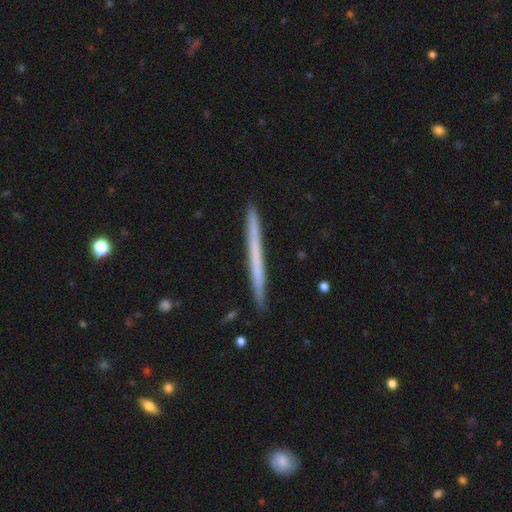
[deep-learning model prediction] A smooth galaxy with no disk features (52%) that is cigar-shaped (98%). Merging: none (92%).